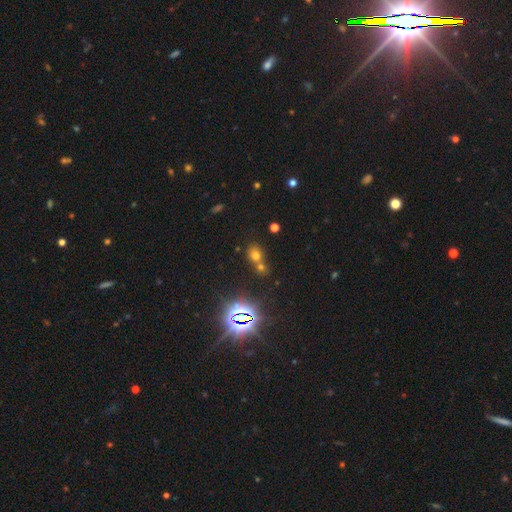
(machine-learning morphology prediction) A smooth galaxy with no disk features (54%) that is round (61%). Merging: merger (49%).